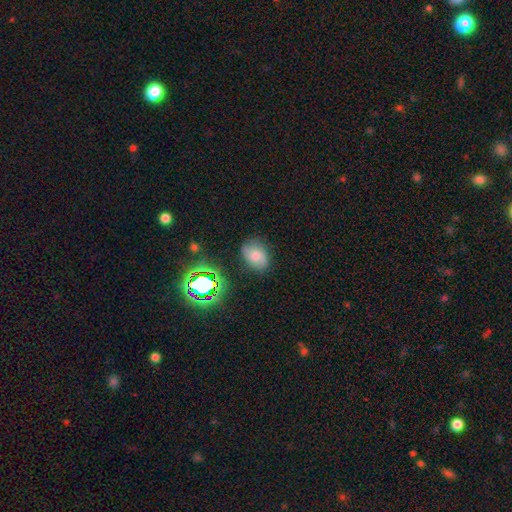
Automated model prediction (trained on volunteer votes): smooth 49%, featured or disk 30%, star or artifact 21%. Down the decision tree: merging — none (75%).